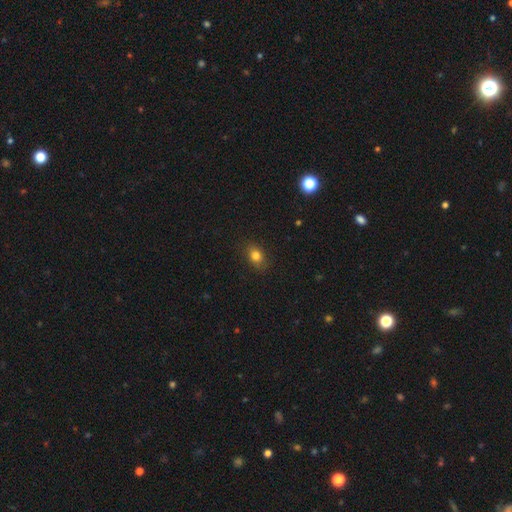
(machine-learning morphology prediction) Smooth or featured? smooth (81%)
How rounded? in between (61%)
Merging? none (85%)